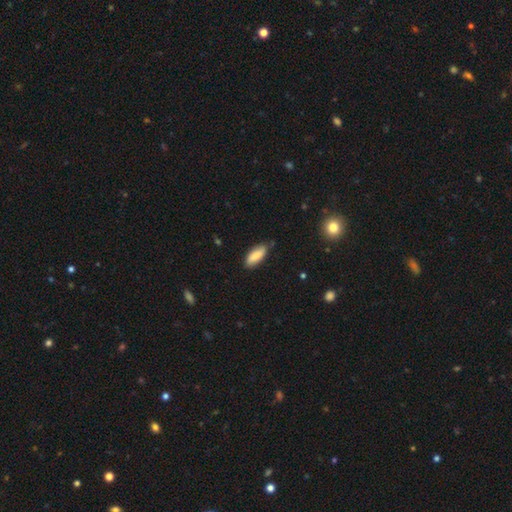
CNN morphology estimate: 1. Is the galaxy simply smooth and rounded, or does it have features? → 81% smooth, 13% featured or disk, 6% star or artifact.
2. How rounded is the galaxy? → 79% in between, 20% cigar-shaped, 2% round.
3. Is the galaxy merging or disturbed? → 79% none, 17% minor disturbance, 2% major disturbance, 2% merger.